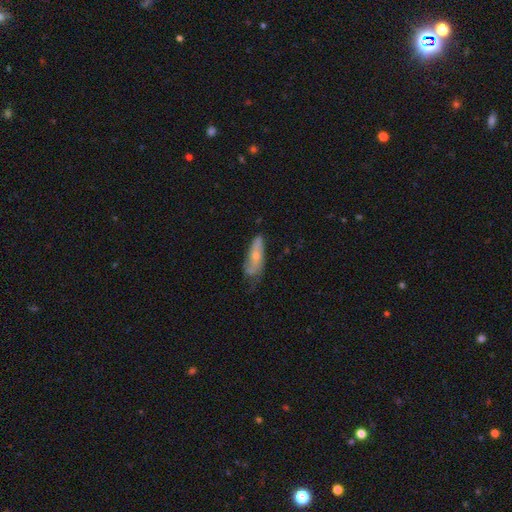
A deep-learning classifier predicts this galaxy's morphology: A smooth galaxy with no disk features (51%) that is in between round and cigar-shaped (60%). Merging: none (42%).